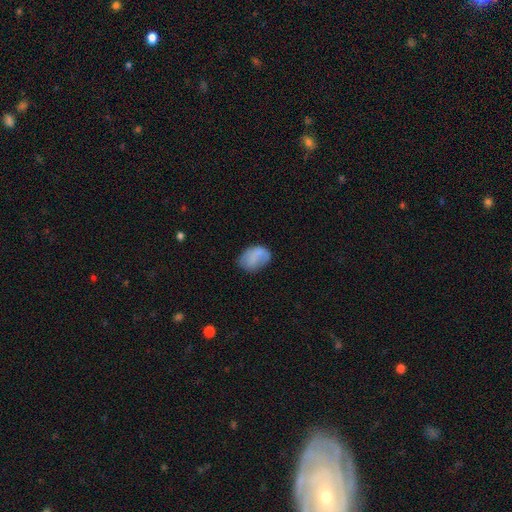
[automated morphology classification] This is likely a smooth galaxy (75%). How rounded: likely in between (80%). Merging: possibly none (56%).